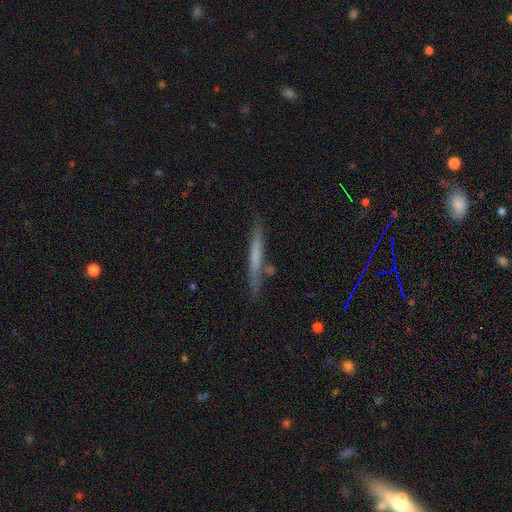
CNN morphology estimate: Smooth or featured? Predicted: smooth (p=0.52). How rounded? Predicted: cigar-shaped (p=0.96). Merging? Predicted: none (p=0.80).